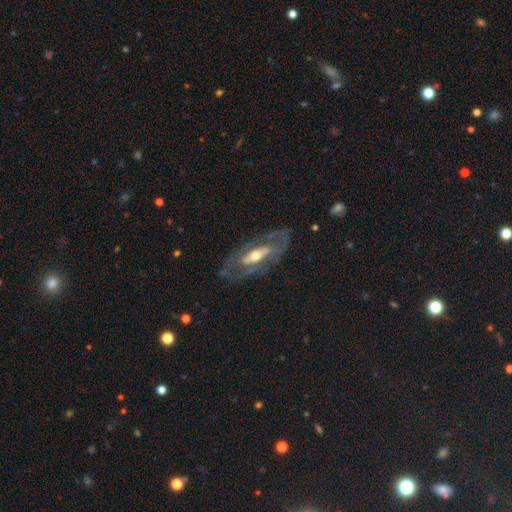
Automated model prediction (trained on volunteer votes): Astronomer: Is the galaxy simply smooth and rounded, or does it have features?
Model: featured or disk — 78%.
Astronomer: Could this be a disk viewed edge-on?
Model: no — 81%.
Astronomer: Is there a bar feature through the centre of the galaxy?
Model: no — 46% (runner-up: strong, 29%).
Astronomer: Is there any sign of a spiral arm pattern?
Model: yes — 59% (runner-up: no, 41%).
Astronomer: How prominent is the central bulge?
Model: moderate — 66%.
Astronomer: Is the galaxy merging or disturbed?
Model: none — 71%.